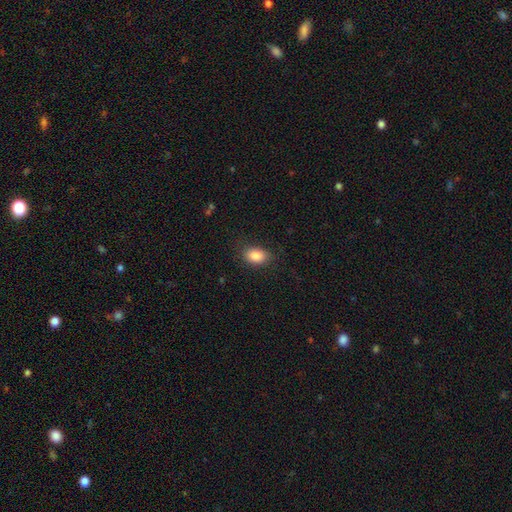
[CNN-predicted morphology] This appears to be a smooth galaxy with no disk features (86%) that is in between round and cigar-shaped (84%). Merging: none (82%).